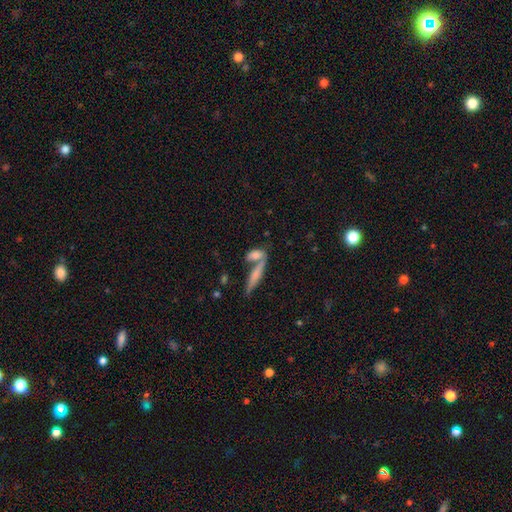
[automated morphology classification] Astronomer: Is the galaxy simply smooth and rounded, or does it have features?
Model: smooth — 68%.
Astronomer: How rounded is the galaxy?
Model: in between — 58% (runner-up: cigar-shaped, 37%).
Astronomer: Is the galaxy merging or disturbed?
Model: merger — 45% (runner-up: none, 40%).